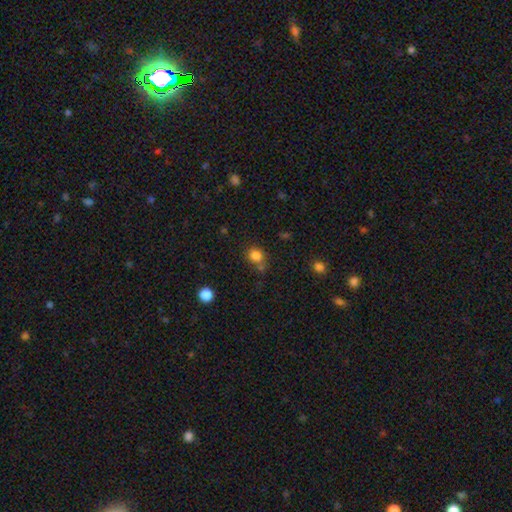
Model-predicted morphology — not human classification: smooth 82%, star or artifact 13%, featured or disk 6%. Down the decision tree: how rounded — round (75%); merging — none (64%).